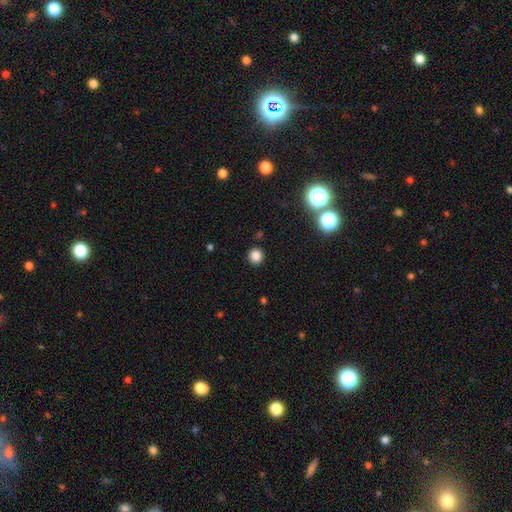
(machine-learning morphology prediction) type=smooth (83%); roundness=round (93%); merging=none (90%).